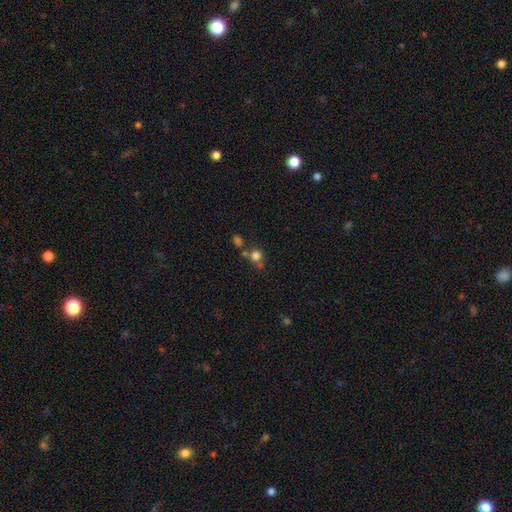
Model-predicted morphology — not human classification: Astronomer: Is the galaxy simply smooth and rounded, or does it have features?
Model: smooth — 73%.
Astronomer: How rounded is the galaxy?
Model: round — 86%.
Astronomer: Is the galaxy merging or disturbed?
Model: none — 55%.